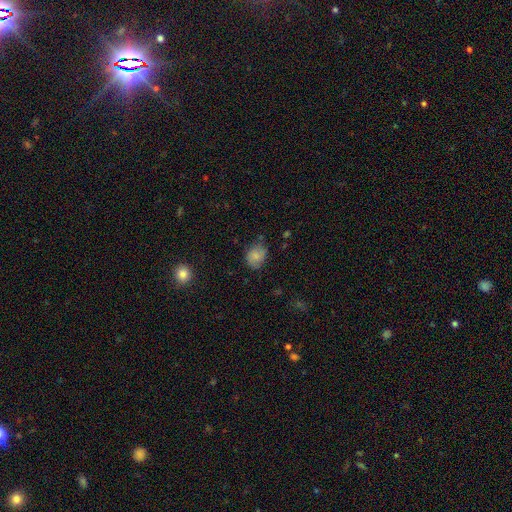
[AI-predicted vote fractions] smooth_or_featured: smooth (p=0.79) [alt: featured or disk p=0.12]
how_rounded: in between (p=0.53) [alt: round p=0.46]
merging: none (p=0.68) [alt: minor disturbance p=0.24]